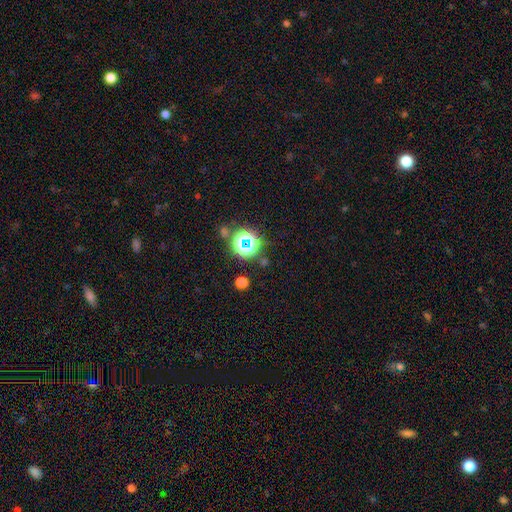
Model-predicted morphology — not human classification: This is likely a star or artifact rather than a galaxy (70%).